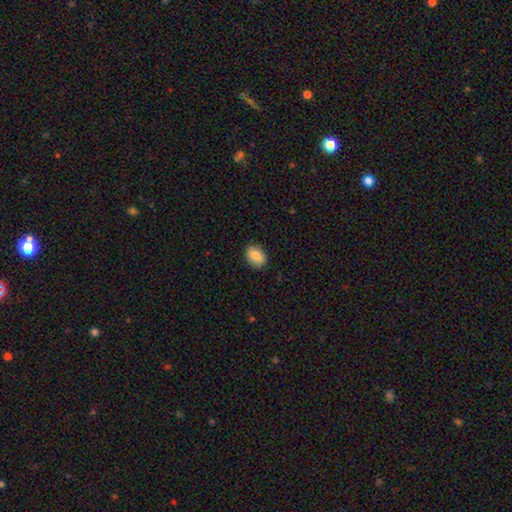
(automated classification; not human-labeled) smooth-or-featured: smooth: 85% | featured or disk: 8% | star or artifact: 7%
  how-rounded: in between: 77% | round: 22% | cigar-shaped: 1%
  merging: none: 87% | minor disturbance: 10% | major disturbance: 2% | merger: 1%